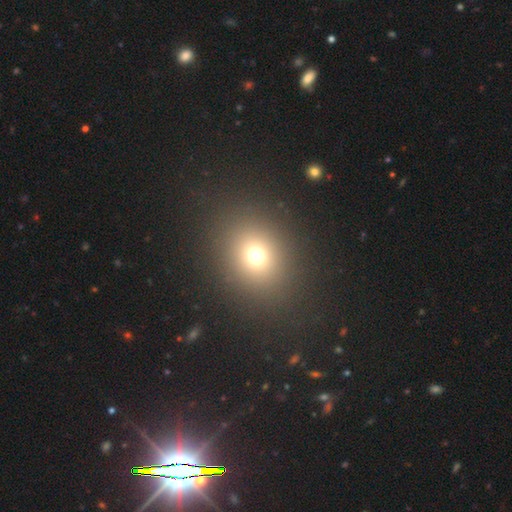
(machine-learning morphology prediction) Smooth or featured? Predicted: smooth (p=0.69). How rounded? Predicted: round (p=0.69). Merging? Predicted: none (p=0.86).